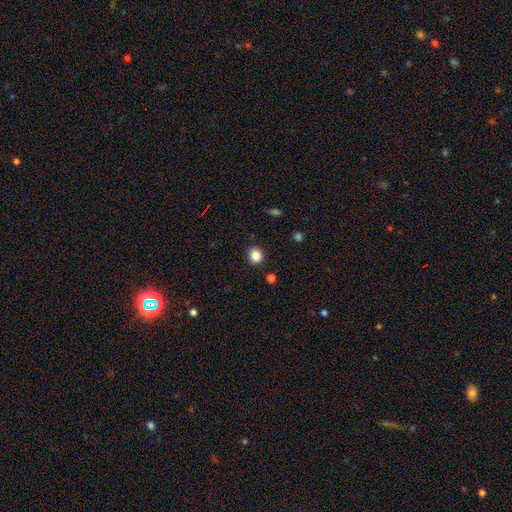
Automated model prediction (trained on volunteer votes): This is clearly a smooth galaxy (85%). How rounded: clearly round (86%). Merging: clearly none (91%).